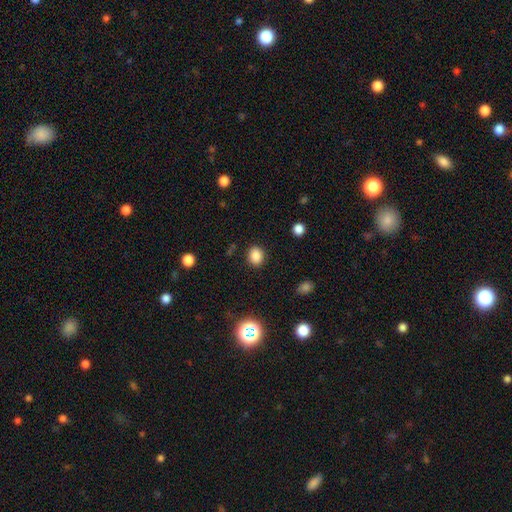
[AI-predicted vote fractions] smooth_or_featured: smooth (p=0.85) [alt: star or artifact p=0.12]
how_rounded: round (p=0.57) [alt: in between p=0.42]
merging: none (p=0.88) [alt: minor disturbance p=0.08]